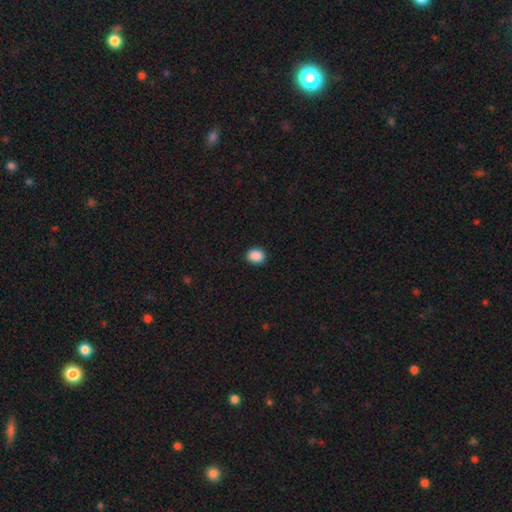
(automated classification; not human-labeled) The model was most divided on "how rounded": round: 52%, in between: 47%, cigar-shaped: 1%. More confident: merging — none (90%); smooth or featured — smooth (89%).